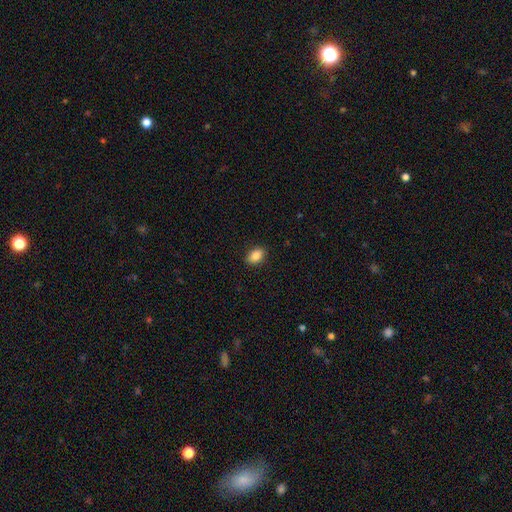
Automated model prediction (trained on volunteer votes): Q: Smooth or featured?
A: smooth (87%); runner-up: star or artifact (8%)
Q: How rounded?
A: in between (86%); runner-up: round (12%)
Q: Merging?
A: none (89%); runner-up: minor disturbance (8%)